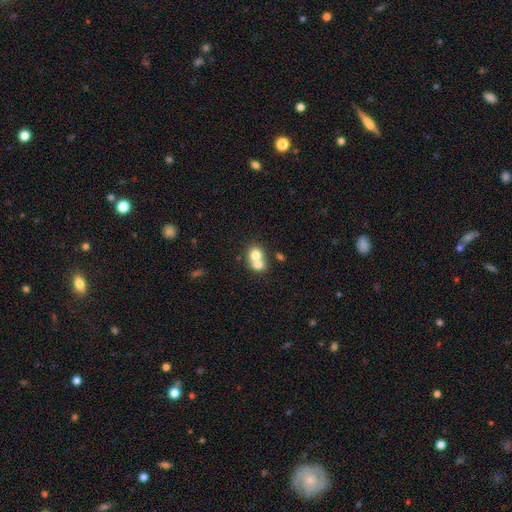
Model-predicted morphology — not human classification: Smooth or featured? smooth (72%)
How rounded? round (70%)
Merging? merger (66%)